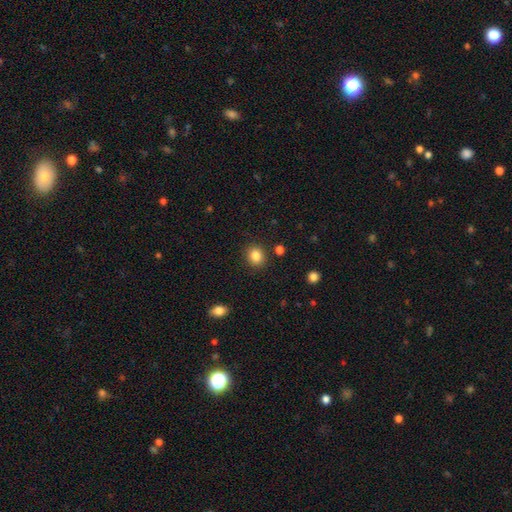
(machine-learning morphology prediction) Smooth or featured? Predicted: smooth (p=0.84). How rounded? Predicted: round (p=0.72). Merging? Predicted: none (p=0.88).